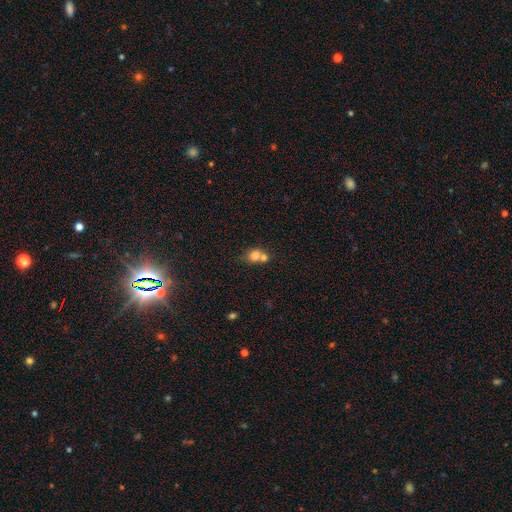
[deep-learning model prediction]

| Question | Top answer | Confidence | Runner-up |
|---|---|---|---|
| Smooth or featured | smooth | 75% | featured or disk (14%) |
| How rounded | round | 69% | in between (30%) |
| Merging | merger | 58% | none (32%) |